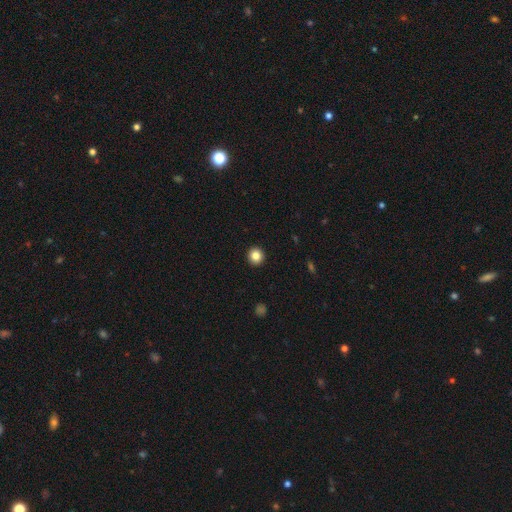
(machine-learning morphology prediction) A smooth galaxy with no disk features (84%) that is round (93%).

Vote fractions:
- Smooth or featured? smooth: 84% / star or artifact: 11% / featured or disk: 5%
- How rounded? round: 93% / in between: 6% / cigar-shaped: 1%
- Merging? none: 93% / minor disturbance: 4% / major disturbance: 1% / merger: 1%